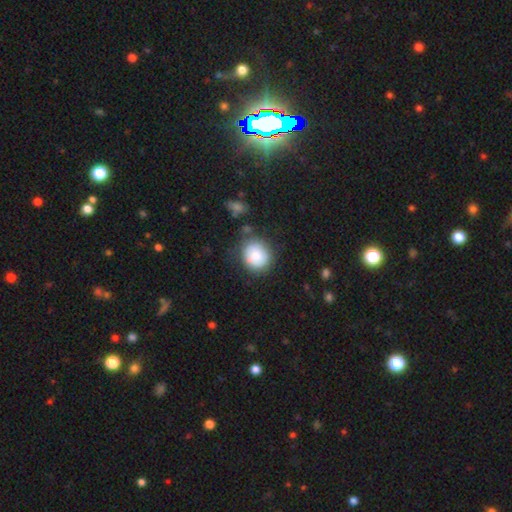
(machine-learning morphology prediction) Smooth or featured?
  - smooth: 82% *
  - featured or disk: 10%
  - star or artifact: 8%
How rounded?
  - round: 82% *
  - in between: 17%
  - cigar-shaped: 1%
Merging?
  - none: 73% *
  - minor disturbance: 17%
  - major disturbance: 6%
  - merger: 5%